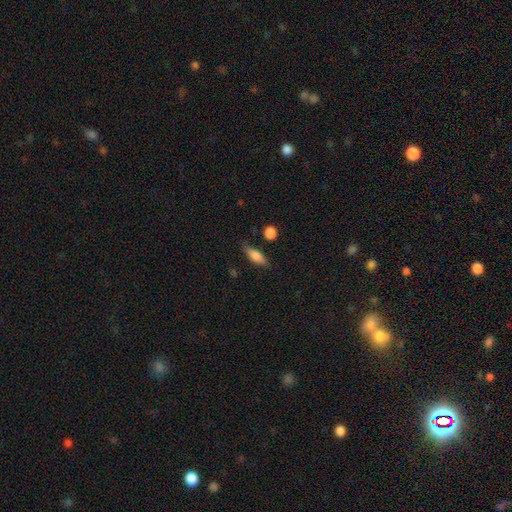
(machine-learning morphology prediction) This appears to be a smooth galaxy with no disk features (70%) that is in between round and cigar-shaped (58%). Merging: none (71%).